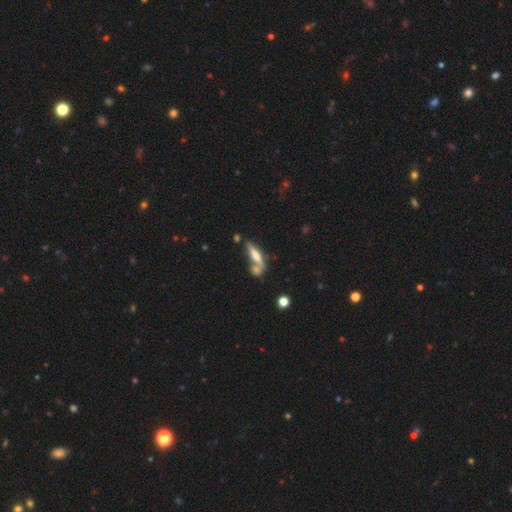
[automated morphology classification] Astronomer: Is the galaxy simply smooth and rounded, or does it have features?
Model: smooth — 55% (runner-up: featured or disk, 36%).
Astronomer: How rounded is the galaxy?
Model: cigar-shaped — 68%.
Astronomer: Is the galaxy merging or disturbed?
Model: none — 43% (runner-up: merger, 37%).